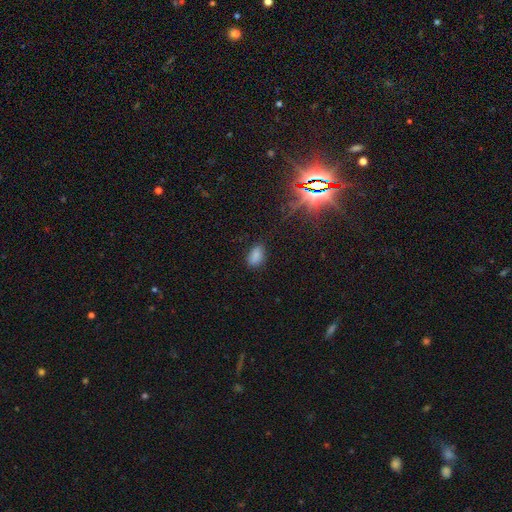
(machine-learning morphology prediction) Smooth or featured?
  - smooth: 83% *
  - star or artifact: 13%
  - featured or disk: 4%
How rounded?
  - in between: 91% *
  - round: 7%
  - cigar-shaped: 2%
Merging?
  - none: 80% *
  - minor disturbance: 15%
  - major disturbance: 4%
  - merger: 2%